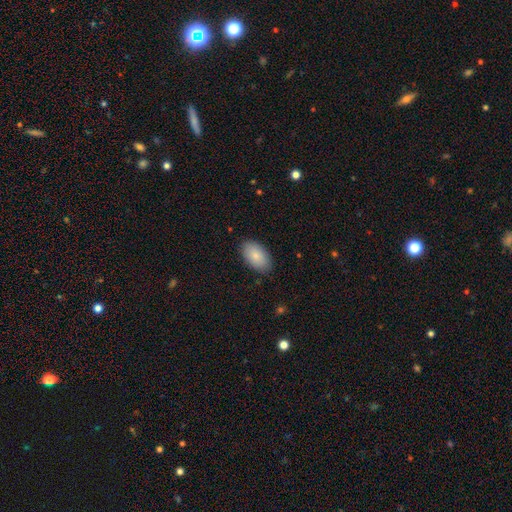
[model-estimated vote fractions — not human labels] Smooth or featured: smooth — 84% (featured or disk — 9%)
How rounded: in between — 94% (round — 4%)
Merging: none — 86% (minor disturbance — 11%)